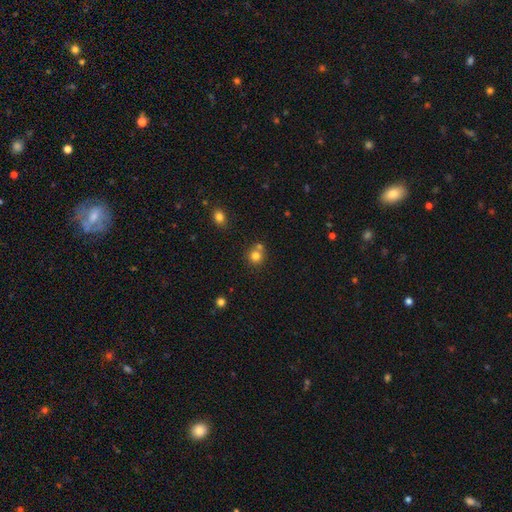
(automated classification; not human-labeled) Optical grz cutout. It shows a smooth galaxy with no disk features (79%) that is round (90%). Merging: none (61%).